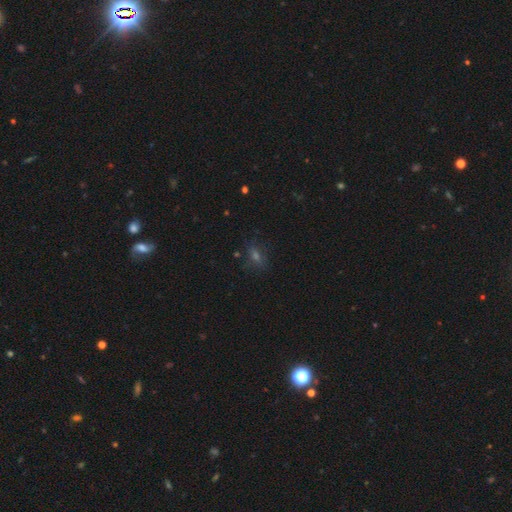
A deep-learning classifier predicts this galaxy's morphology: Smooth or featured? smooth (46%)
Merging? none (77%)